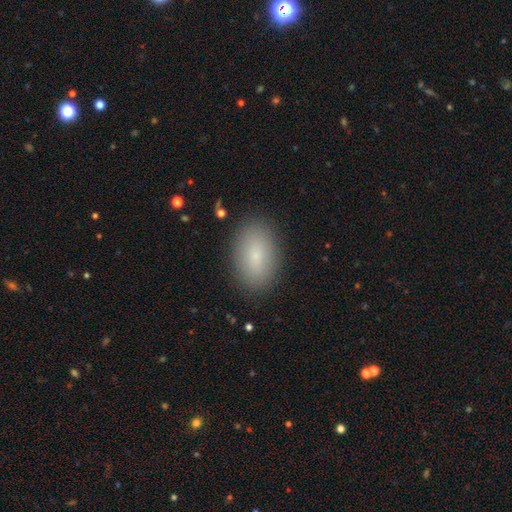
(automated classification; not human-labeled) Smooth or featured? Predicted: smooth (p=0.82). How rounded? Predicted: in between (p=0.92). Merging? Predicted: none (p=0.88).